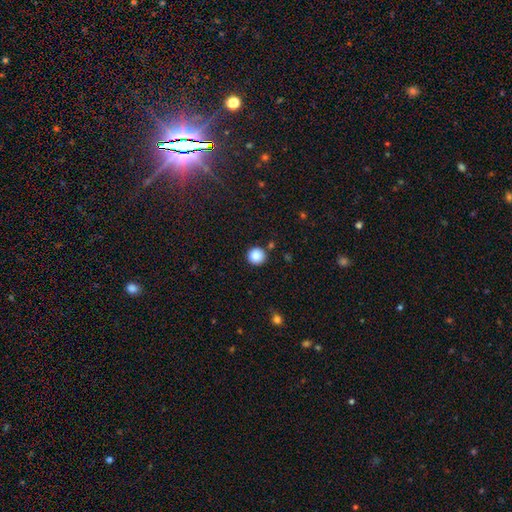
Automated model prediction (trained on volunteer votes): smooth_or_featured: smooth (p=0.85) [alt: star or artifact p=0.10]
how_rounded: round (p=0.96) [alt: in between p=0.04]
merging: none (p=0.90) [alt: minor disturbance p=0.06]